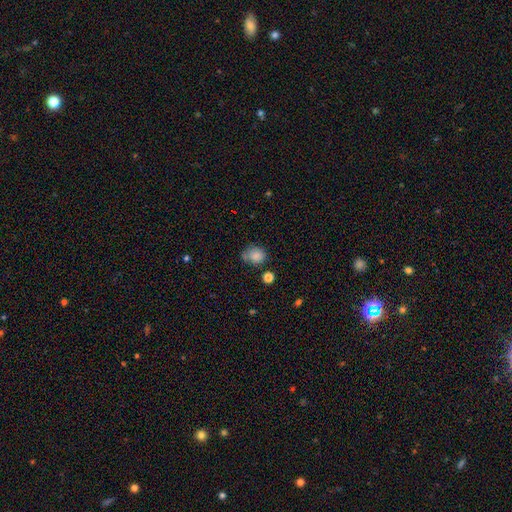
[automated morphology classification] Smooth or featured: smooth — 83% (star or artifact — 11%)
How rounded: round — 68% (in between — 31%)
Merging: none — 57% (minor disturbance — 25%)